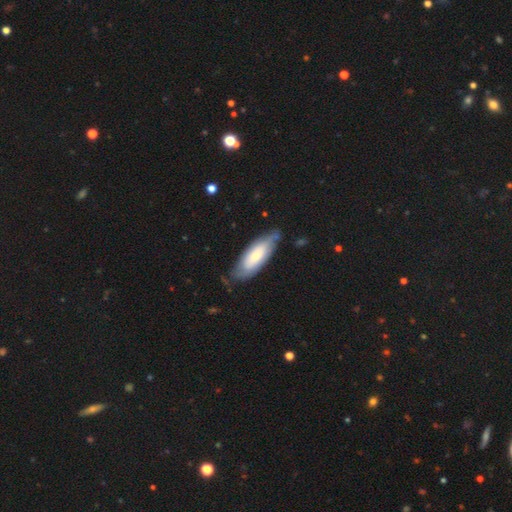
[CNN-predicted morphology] This appears to be a smooth galaxy with no disk features (60%) that is in between round and cigar-shaped (71%). Merging: none (65%).